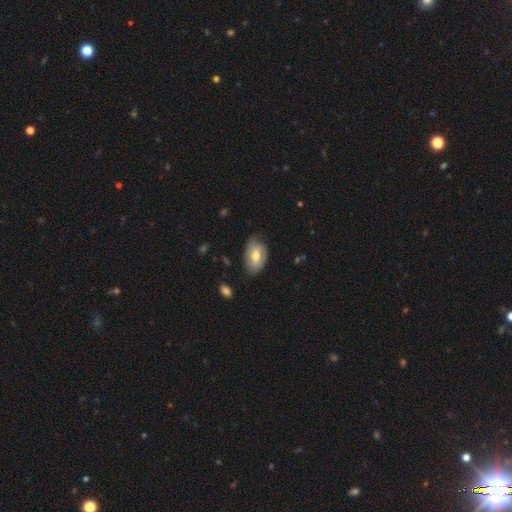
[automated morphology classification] Q: Smooth or featured?
A: smooth (54%); runner-up: featured or disk (40%)
Q: How rounded?
A: in between (89%); runner-up: round (9%)
Q: Merging?
A: none (67%); runner-up: minor disturbance (26%)